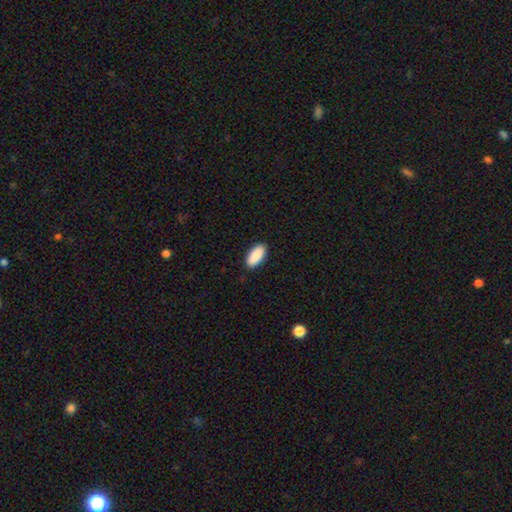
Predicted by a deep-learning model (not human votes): Smooth or featured: smooth — 91% (star or artifact — 6%)
How rounded: in between — 92% (cigar-shaped — 7%)
Merging: none — 90% (minor disturbance — 8%)